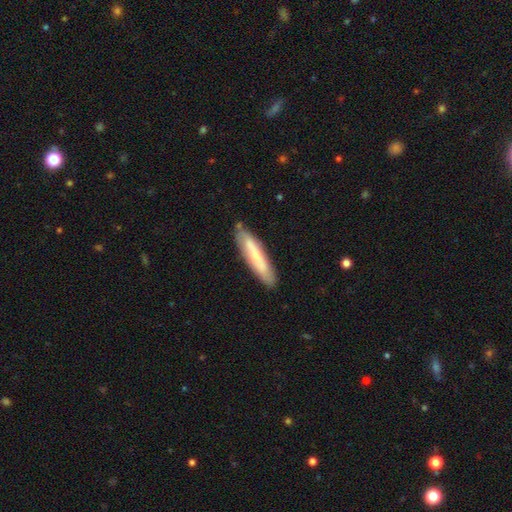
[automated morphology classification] The model was most divided on "smooth or featured": smooth: 64%, featured or disk: 30%, star or artifact: 6%. More confident: how rounded — cigar-shaped (84%); merging — none (81%).